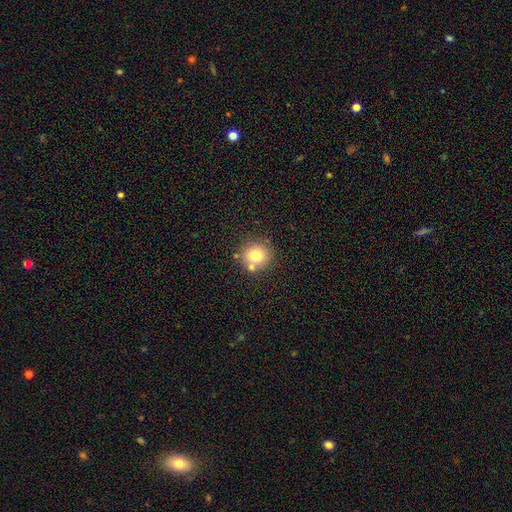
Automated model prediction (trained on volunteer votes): Smooth or featured?
  - smooth: 75% *
  - featured or disk: 13%
  - star or artifact: 12%
How rounded?
  - round: 91% *
  - in between: 8%
  - cigar-shaped: 1%
Merging?
  - none: 72% *
  - merger: 16%
  - minor disturbance: 9%
  - major disturbance: 3%